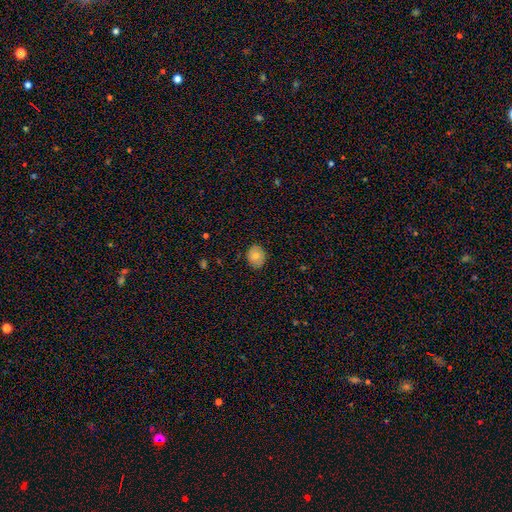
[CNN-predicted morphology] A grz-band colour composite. It shows a smooth galaxy with no disk features (77%) that is round (69%). Merging: none (84%).